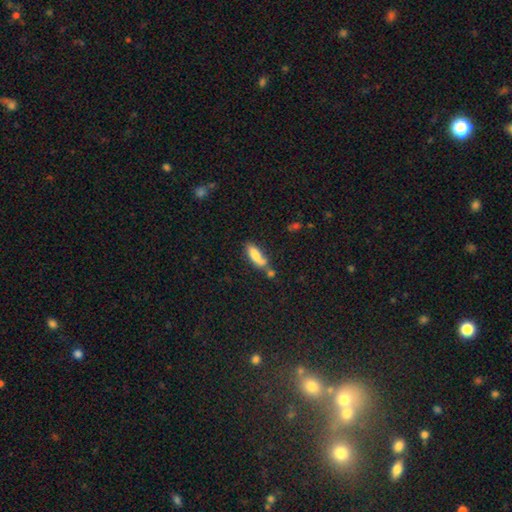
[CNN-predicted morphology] This is likely a smooth galaxy (77%). How rounded: likely in between (61%). Merging: possibly none (47%).